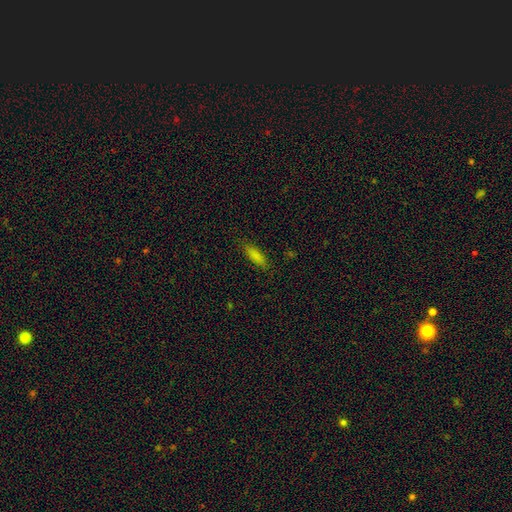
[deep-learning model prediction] Morphology: type=smooth (83%); roundness=cigar-shaped (52%); merging=none (84%).